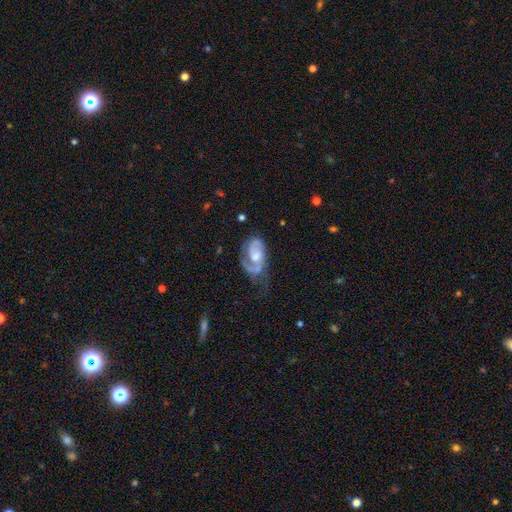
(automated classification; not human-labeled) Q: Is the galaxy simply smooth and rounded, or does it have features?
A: featured or disk — 80%.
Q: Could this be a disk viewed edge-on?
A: no — 97%.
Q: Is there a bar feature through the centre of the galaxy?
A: no — 62%.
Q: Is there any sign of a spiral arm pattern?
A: yes — 93%.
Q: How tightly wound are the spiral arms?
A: medium — 45%.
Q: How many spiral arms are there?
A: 2 — 59%.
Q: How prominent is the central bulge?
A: moderate — 53%.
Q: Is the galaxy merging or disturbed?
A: none — 39%.